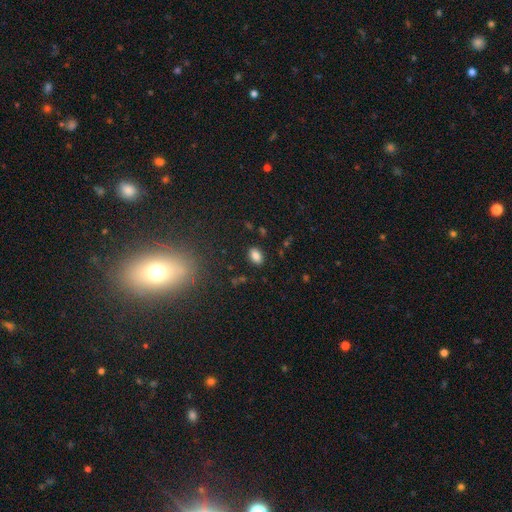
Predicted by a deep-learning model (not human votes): smooth-or-featured: smooth: 84% | star or artifact: 11% | featured or disk: 5%
  how-rounded: in between: 85% | round: 14% | cigar-shaped: 2%
  merging: none: 86% | minor disturbance: 9% | major disturbance: 3% | merger: 2%